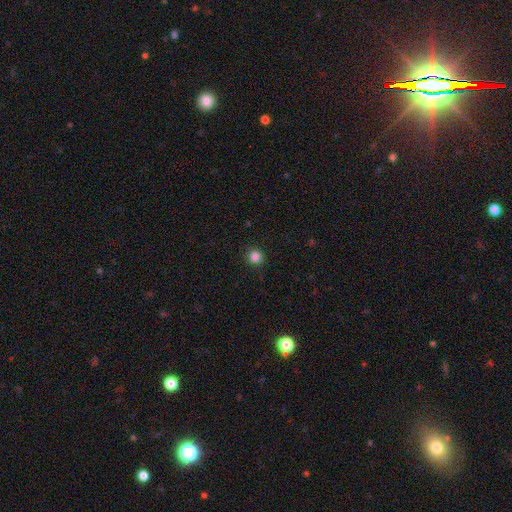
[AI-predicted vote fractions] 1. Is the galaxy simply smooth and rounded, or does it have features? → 85% smooth, 12% star or artifact, 3% featured or disk.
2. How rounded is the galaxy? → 94% round, 5% in between, 1% cigar-shaped.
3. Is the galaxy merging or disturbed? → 92% none, 6% minor disturbance, 2% major disturbance, 1% merger.